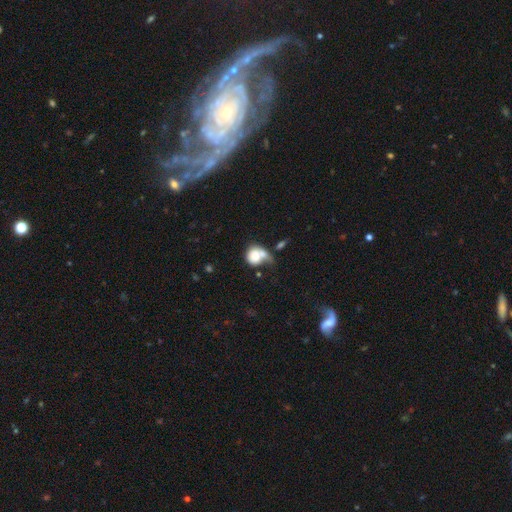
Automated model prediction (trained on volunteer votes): Smooth or featured? smooth (70%)
How rounded? round (67%)
Merging? merger (44%)